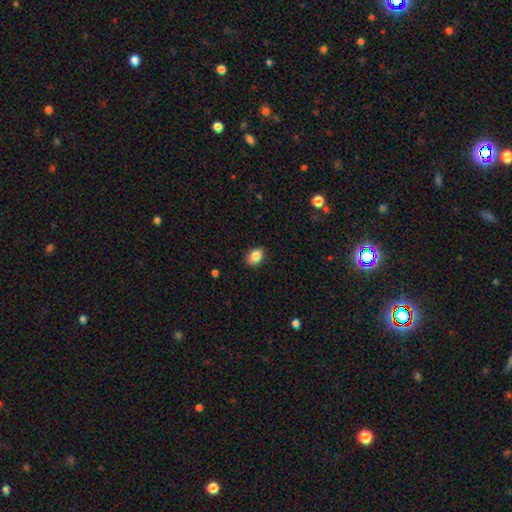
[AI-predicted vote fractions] smooth 85%, star or artifact 9%, featured or disk 6%. Down the decision tree: how rounded — in between (76%); merging — none (86%).